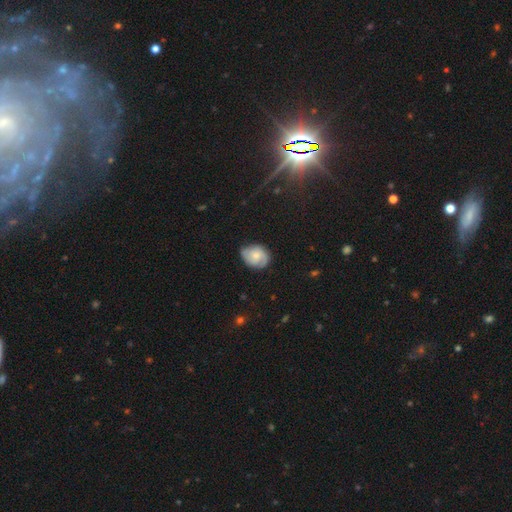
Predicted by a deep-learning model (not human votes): Overall: featured or disk (48%; smooth 45%). Merging: none (65%; minor disturbance 27%).